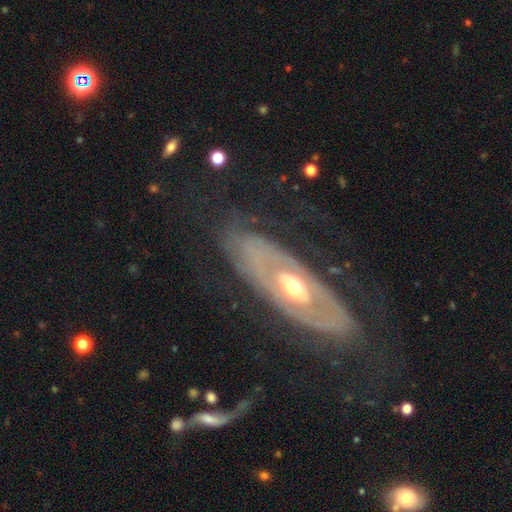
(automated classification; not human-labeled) Morphology: type=featured or disk (79%); edge-on=no (81%); bar=no (72%); spiral arms=yes (53%); bulge=moderate (70%); merging=none (76%).